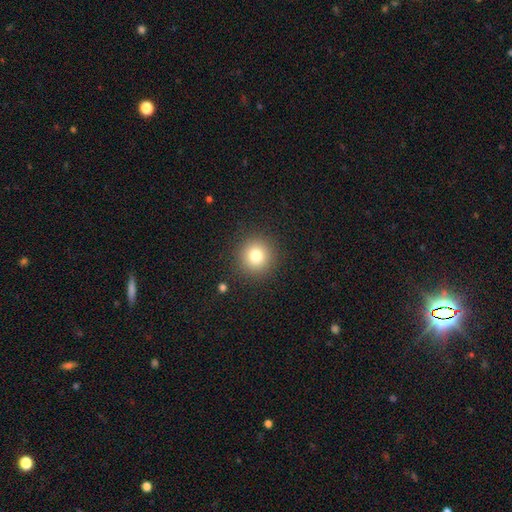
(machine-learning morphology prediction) type=smooth (79%); roundness=round (94%); merging=none (90%).